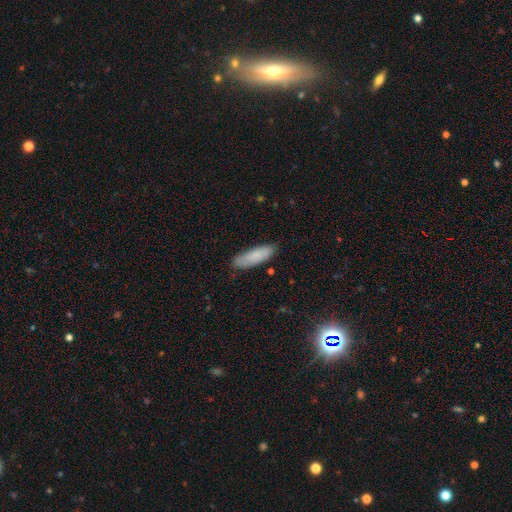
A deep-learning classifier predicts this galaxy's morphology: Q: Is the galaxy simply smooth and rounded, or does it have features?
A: smooth — 83%.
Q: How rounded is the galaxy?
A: cigar-shaped — 51%.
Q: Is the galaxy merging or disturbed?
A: none — 84%.